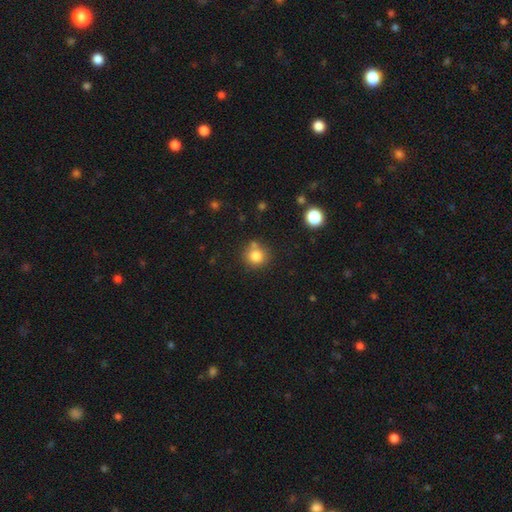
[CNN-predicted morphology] A smooth galaxy with no disk features (81%) that is round (91%). Merging: none (73%).